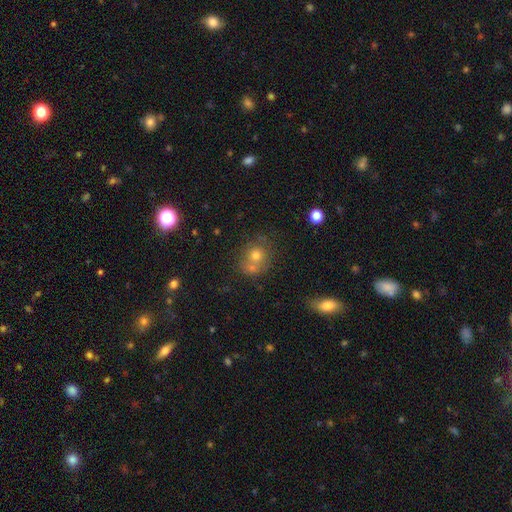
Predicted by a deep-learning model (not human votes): smooth_or_featured: smooth (p=0.67) [alt: featured or disk p=0.18]
how_rounded: round (p=0.78) [alt: in between p=0.21]
merging: none (p=0.45) [alt: merger p=0.38]